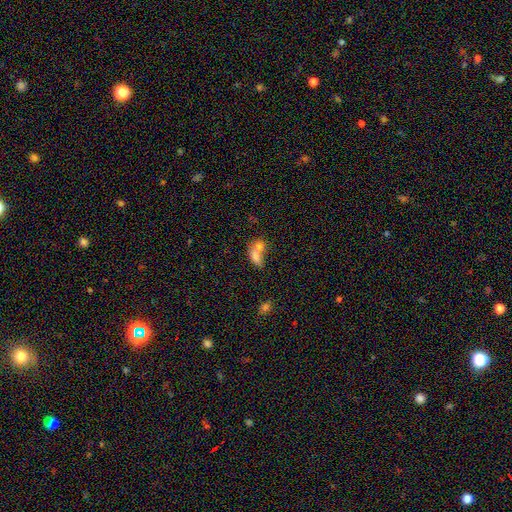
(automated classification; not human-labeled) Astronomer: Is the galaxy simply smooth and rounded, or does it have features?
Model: smooth — 71%.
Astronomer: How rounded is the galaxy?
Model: in between — 74%.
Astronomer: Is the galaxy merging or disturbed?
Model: merger — 72%.